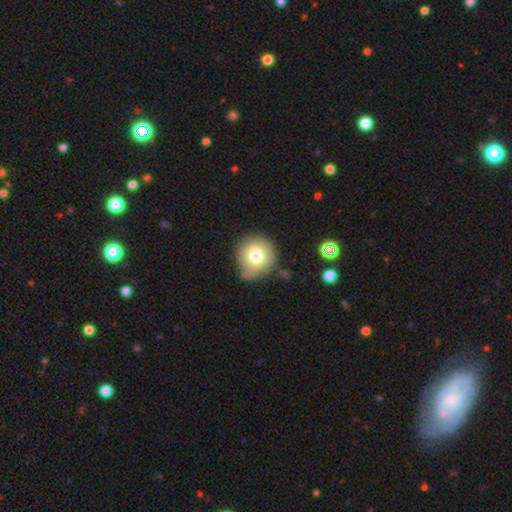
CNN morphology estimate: type=smooth (76%); roundness=round (91%); merging=none (60%).